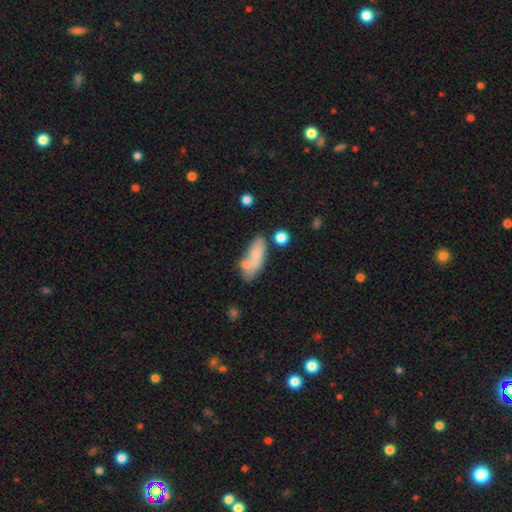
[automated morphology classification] A smooth galaxy with no disk features (70%) that is in between round and cigar-shaped (72%). Merging: none (36%).